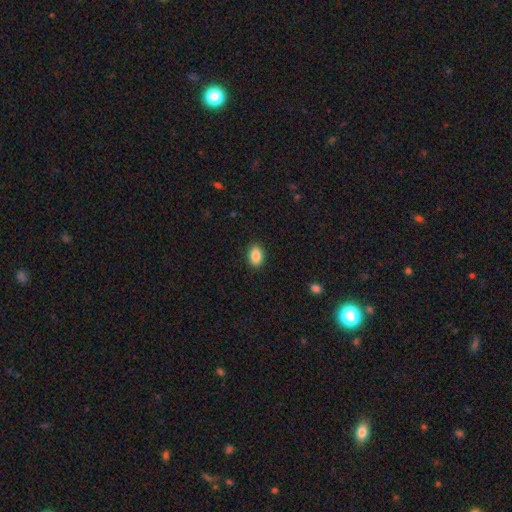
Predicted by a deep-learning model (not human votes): smooth_or_featured: smooth (p=0.88) [alt: star or artifact p=0.08]
how_rounded: in between (p=0.83) [alt: round p=0.16]
merging: none (p=0.90) [alt: minor disturbance p=0.07]